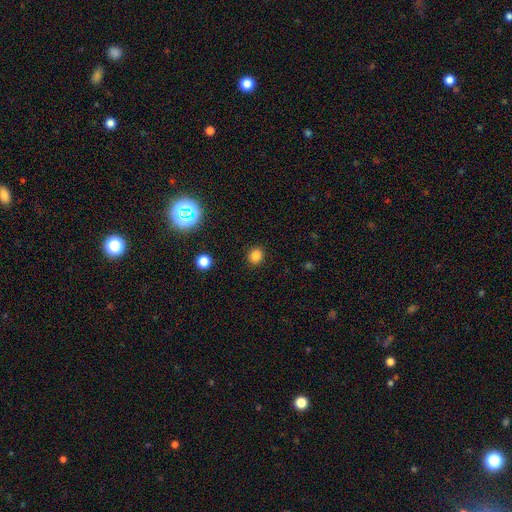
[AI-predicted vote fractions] The model was most divided on "how rounded": round: 81%, in between: 18%, cigar-shaped: 1%. More confident: merging — none (90%); smooth or featured — smooth (82%).